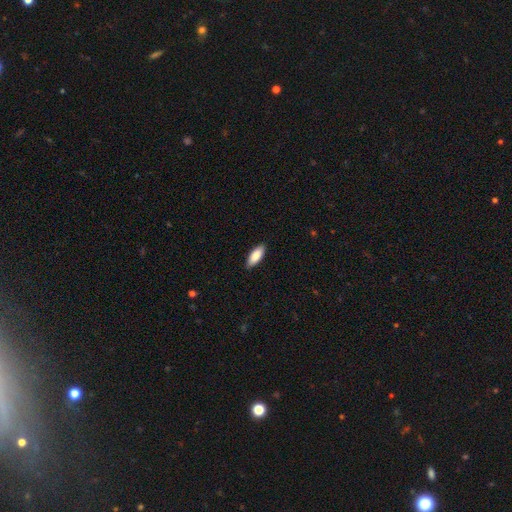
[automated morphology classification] smooth 87%, featured or disk 8%, star or artifact 5%. Down the decision tree: how rounded — in between (76%); merging — none (88%).